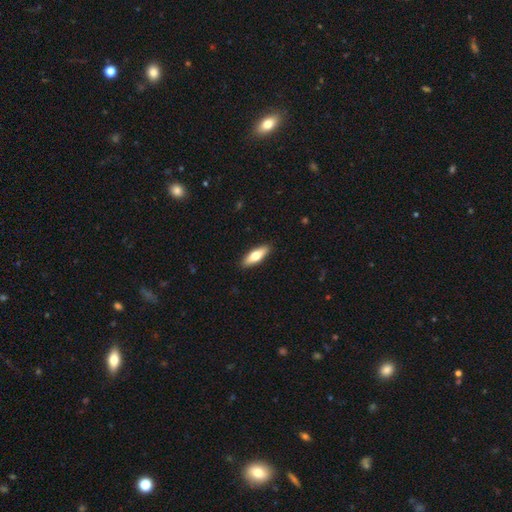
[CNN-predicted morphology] A smooth galaxy with no disk features (66%) that is in between round and cigar-shaped (55%).

Vote fractions:
- Smooth or featured? smooth: 66% / featured or disk: 29% / star or artifact: 5%
- How rounded? in between: 55% / cigar-shaped: 43% / round: 2%
- Merging? none: 90% / minor disturbance: 7% / major disturbance: 2% / merger: 1%